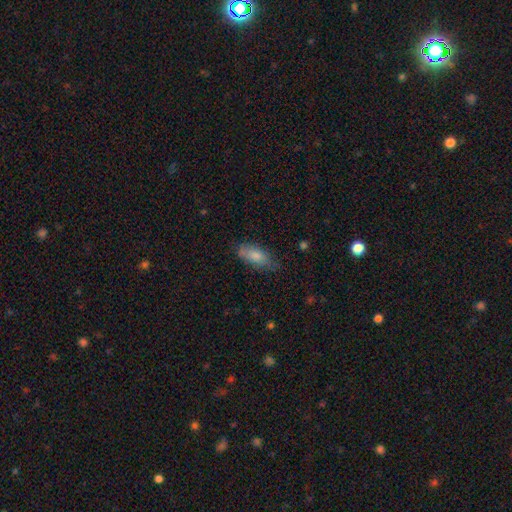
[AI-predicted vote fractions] Smooth or featured? smooth (77%)
How rounded? in between (77%)
Merging? none (71%)